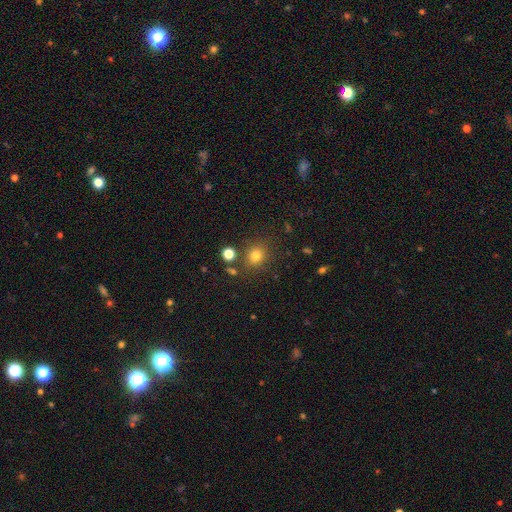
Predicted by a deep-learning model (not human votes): Q: Smooth or featured?
A: smooth (79%); runner-up: star or artifact (15%)
Q: How rounded?
A: round (77%); runner-up: in between (22%)
Q: Merging?
A: none (80%); runner-up: minor disturbance (10%)